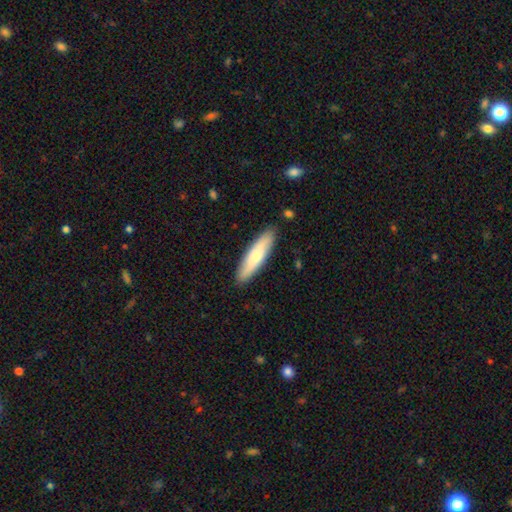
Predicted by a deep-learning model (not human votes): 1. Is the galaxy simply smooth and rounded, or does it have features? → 67% smooth, 28% featured or disk, 5% star or artifact.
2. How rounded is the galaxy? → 77% cigar-shaped, 21% in between, 1% round.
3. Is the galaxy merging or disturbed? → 89% none, 8% minor disturbance, 2% major disturbance, 1% merger.